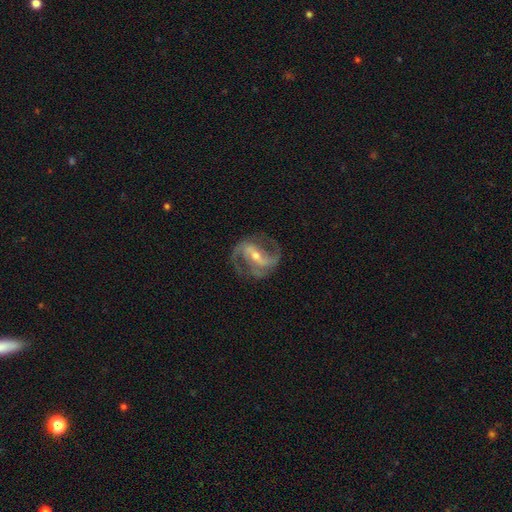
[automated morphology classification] Smooth or featured? featured or disk (90%)
Edge-on disk? no (97%)
Bar? strong (55%)
Spiral arms? yes (97%)
Spiral winding? medium (57%)
Spiral arm count? 2 (84%)
Bulge size? small (52%)
Merging? none (76%)